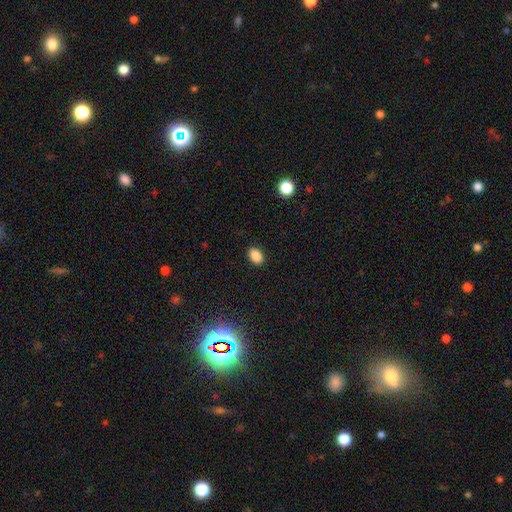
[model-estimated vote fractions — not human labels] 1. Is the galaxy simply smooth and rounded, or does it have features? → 87% smooth, 10% star or artifact, 3% featured or disk.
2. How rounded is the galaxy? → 80% in between, 19% round, 1% cigar-shaped.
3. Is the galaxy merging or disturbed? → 89% none, 8% minor disturbance, 2% major disturbance, 1% merger.